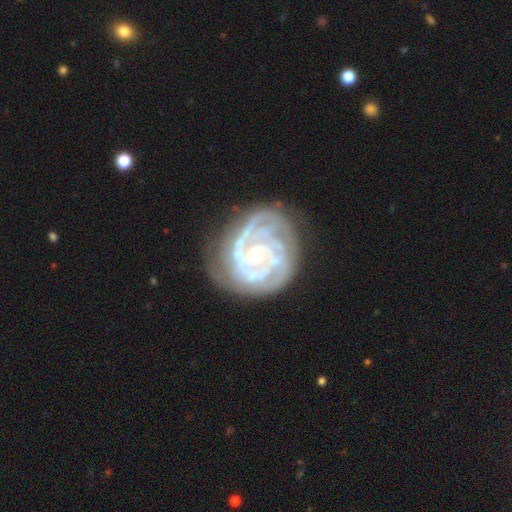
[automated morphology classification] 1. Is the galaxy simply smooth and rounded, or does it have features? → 88% featured or disk, 7% smooth, 6% star or artifact.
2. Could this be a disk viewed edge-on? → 98% no, 2% yes.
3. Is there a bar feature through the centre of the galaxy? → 69% no, 23% weak, 8% strong.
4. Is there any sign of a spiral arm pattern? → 95% yes, 5% no.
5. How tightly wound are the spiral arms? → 71% tight, 24% medium, 5% loose.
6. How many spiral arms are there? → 27% can't tell, 25% 3, 24% 2, 12% 4, 6% more than 4, 6% 1.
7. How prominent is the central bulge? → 74% small, 22% moderate, 2% none, 1% large, 1% dominant.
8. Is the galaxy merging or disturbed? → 67% none, 21% minor disturbance, 11% major disturbance, 2% merger.